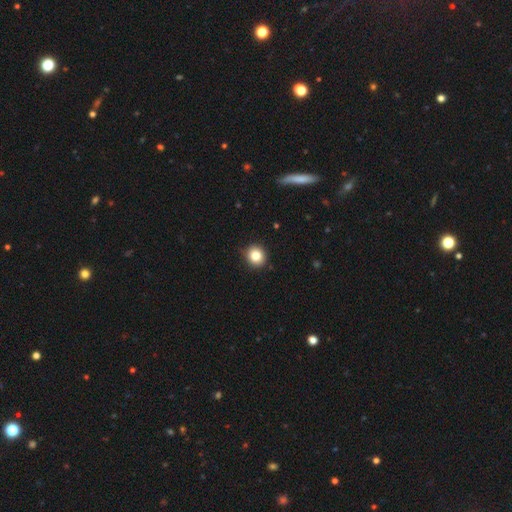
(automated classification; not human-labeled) Smooth or featured?
  - smooth: 82% *
  - star or artifact: 11%
  - featured or disk: 7%
How rounded?
  - round: 88% *
  - in between: 11%
  - cigar-shaped: 1%
Merging?
  - none: 89% *
  - minor disturbance: 8%
  - major disturbance: 2%
  - merger: 1%